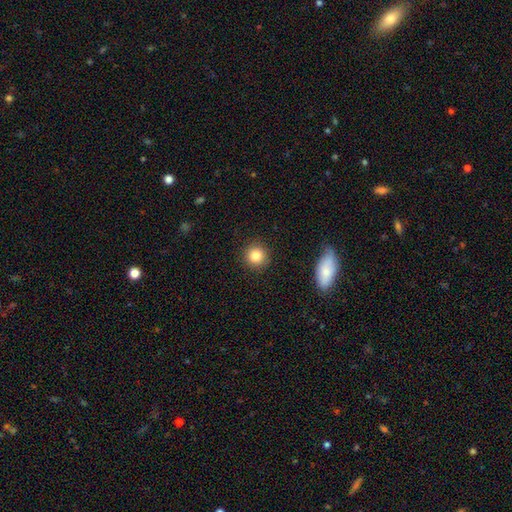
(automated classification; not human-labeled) This is clearly a smooth galaxy (84%). How rounded: clearly round (93%). Merging: clearly none (90%).